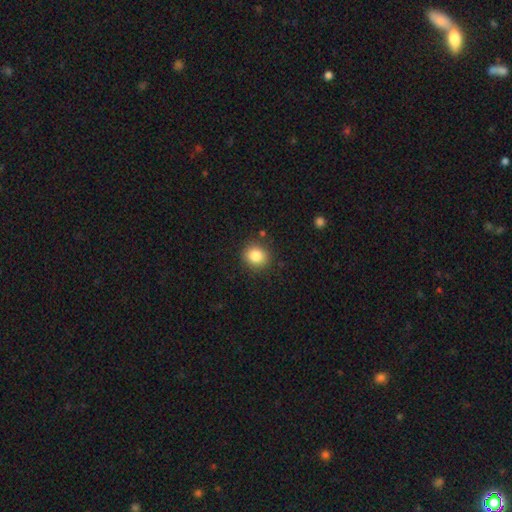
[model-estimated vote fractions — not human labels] Smooth or featured? Predicted: smooth (p=0.84). How rounded? Predicted: round (p=0.83). Merging? Predicted: none (p=0.87).